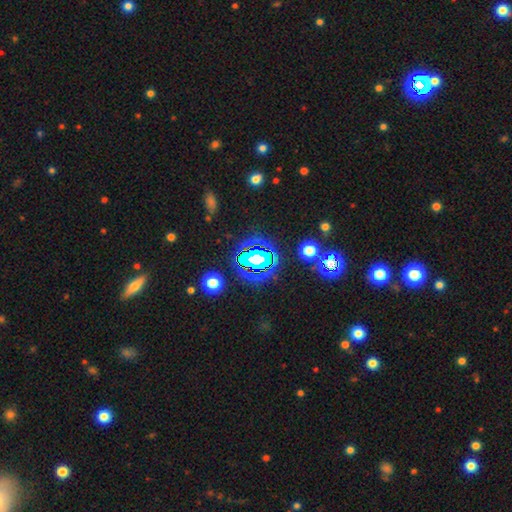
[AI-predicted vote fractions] smooth_or_featured: star or artifact (p=0.68) [alt: smooth p=0.19]